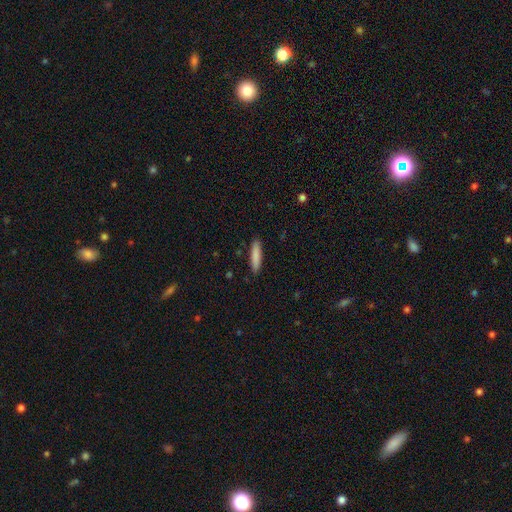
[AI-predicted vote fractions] A smooth galaxy with no disk features (85%) that is cigar-shaped (81%). Merging: none (89%).